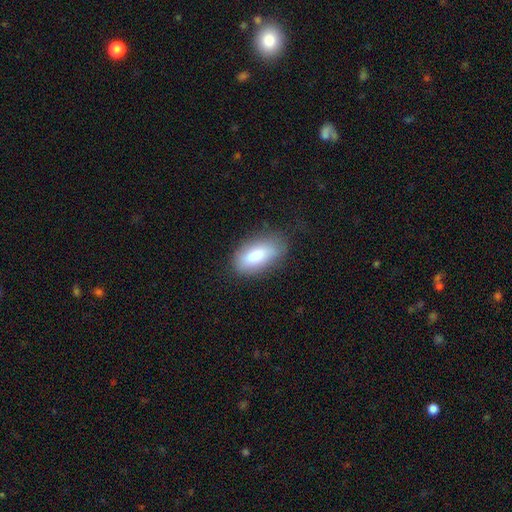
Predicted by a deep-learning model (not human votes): smooth-or-featured: smooth: 81% | featured or disk: 11% | star or artifact: 7%
  how-rounded: in between: 89% | cigar-shaped: 8% | round: 3%
  merging: none: 69% | minor disturbance: 21% | major disturbance: 8% | merger: 2%